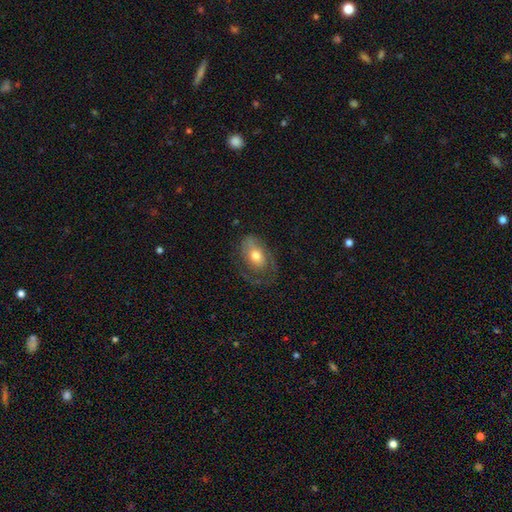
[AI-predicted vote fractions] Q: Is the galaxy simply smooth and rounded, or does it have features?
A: smooth — 47%.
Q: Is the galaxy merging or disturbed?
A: none — 47%.